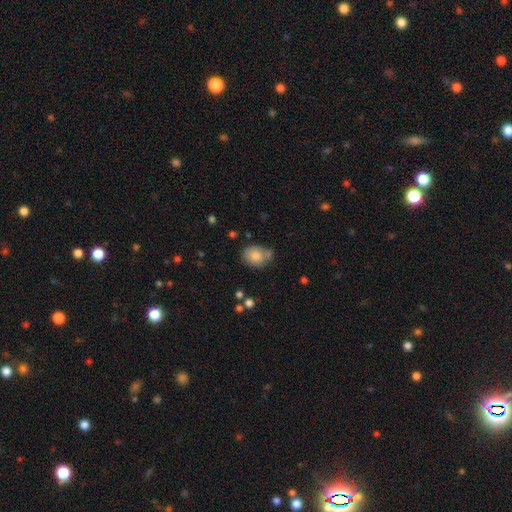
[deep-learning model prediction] This is clearly a smooth galaxy (80%). How rounded: possibly in between (55%). Merging: possibly none (56%).